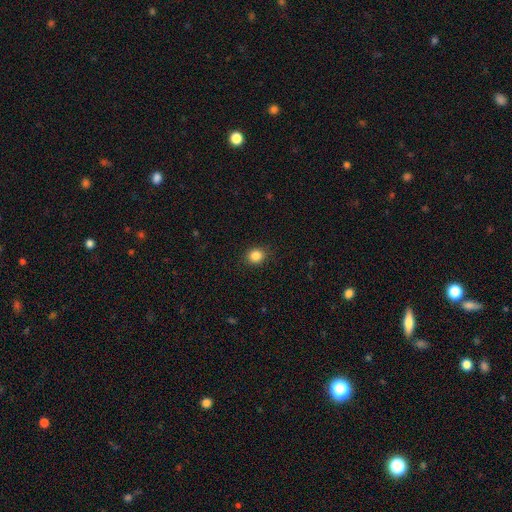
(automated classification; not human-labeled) Q: Smooth or featured?
A: smooth (85%); runner-up: star or artifact (10%)
Q: How rounded?
A: round (73%); runner-up: in between (26%)
Q: Merging?
A: none (88%); runner-up: minor disturbance (8%)